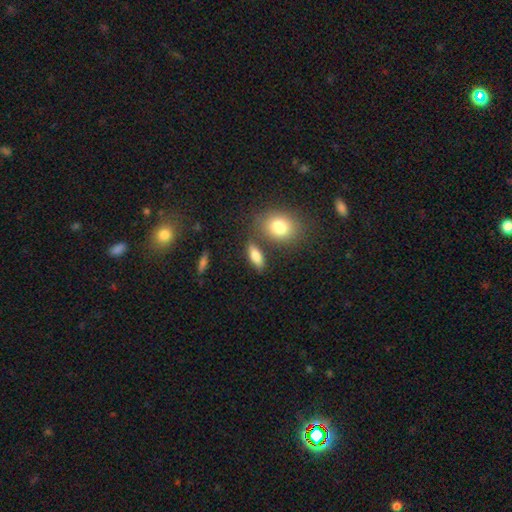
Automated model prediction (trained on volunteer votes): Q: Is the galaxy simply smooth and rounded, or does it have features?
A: smooth — 80%.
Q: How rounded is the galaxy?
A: in between — 76%.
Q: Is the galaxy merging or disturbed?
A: none — 73%.